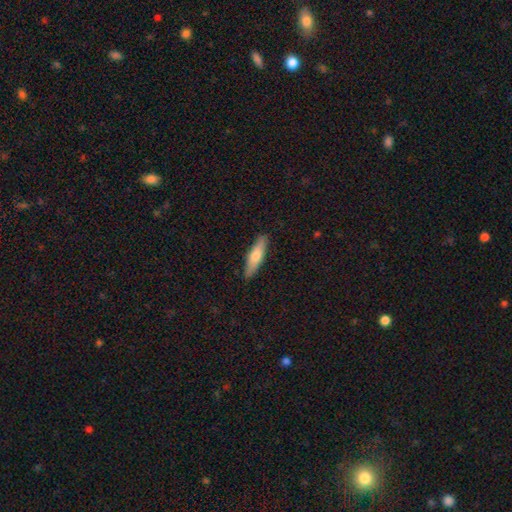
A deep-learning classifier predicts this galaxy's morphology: Smooth or featured? Predicted: smooth (p=0.64). How rounded? Predicted: cigar-shaped (p=0.73). Merging? Predicted: none (p=0.89).